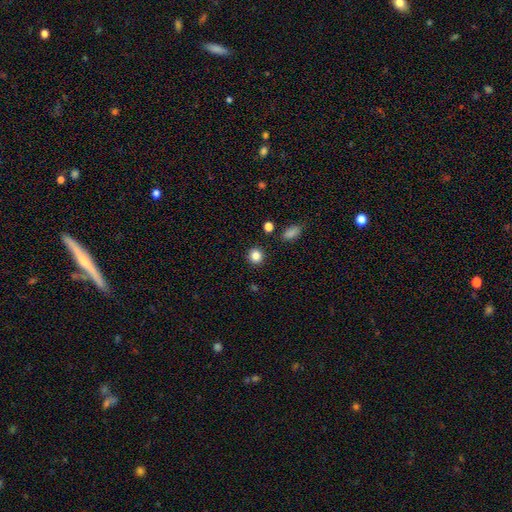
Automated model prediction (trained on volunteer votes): Q: Smooth or featured?
A: smooth (85%); runner-up: star or artifact (11%)
Q: How rounded?
A: round (89%); runner-up: in between (10%)
Q: Merging?
A: none (90%); runner-up: minor disturbance (6%)